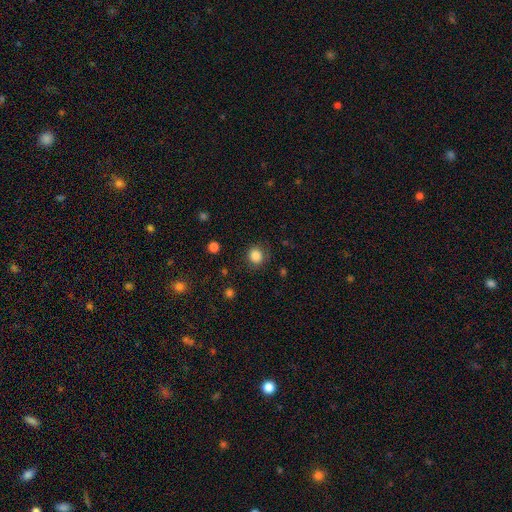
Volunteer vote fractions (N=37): Volunteers were most divided on "how rounded": round: 85%, in between: 15%, cigar-shaped: 0%. More confident: merging — none (91%); smooth or featured — smooth (89%).